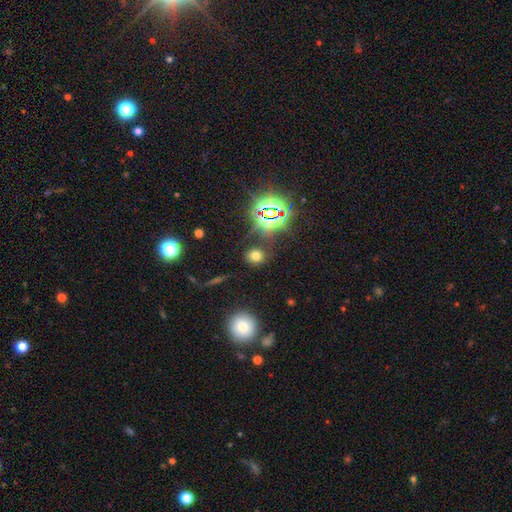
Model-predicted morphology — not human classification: smooth-or-featured: smooth: 63% | star or artifact: 29% | featured or disk: 7%
  how-rounded: round: 73% | in between: 25% | cigar-shaped: 2%
  merging: none: 85% | minor disturbance: 9% | major disturbance: 3% | merger: 3%